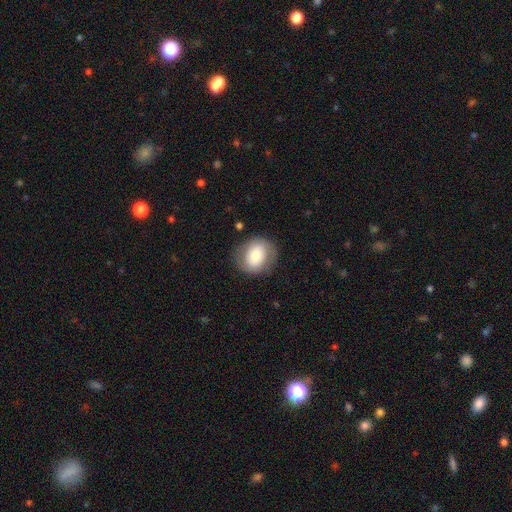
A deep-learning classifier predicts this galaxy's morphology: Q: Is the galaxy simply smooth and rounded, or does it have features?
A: smooth — 64%.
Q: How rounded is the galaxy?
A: round — 69%.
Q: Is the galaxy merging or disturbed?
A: none — 79%.